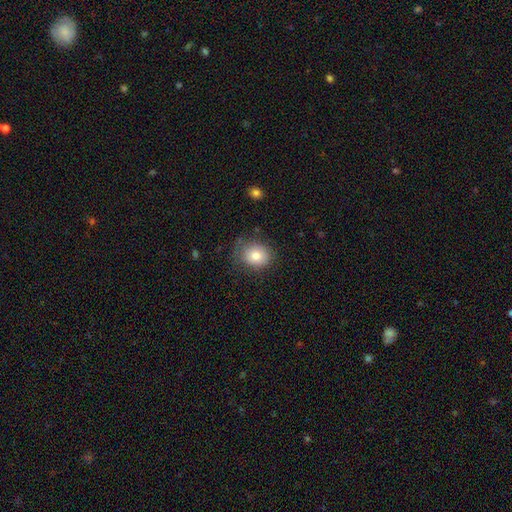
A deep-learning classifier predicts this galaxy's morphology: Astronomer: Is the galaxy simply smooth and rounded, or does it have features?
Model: smooth — 81%.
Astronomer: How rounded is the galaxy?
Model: round — 61% (runner-up: in between, 39%).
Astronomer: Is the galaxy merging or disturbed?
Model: none — 71%.